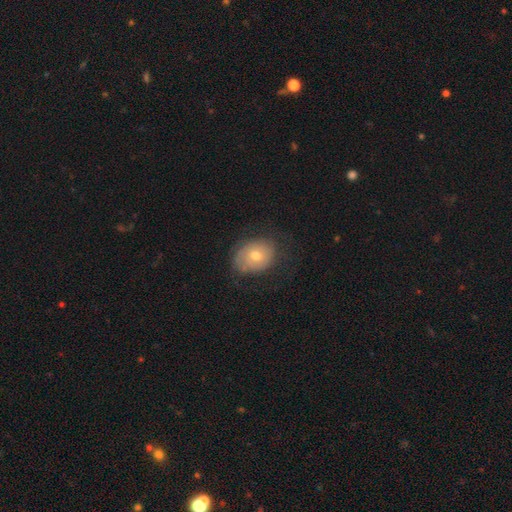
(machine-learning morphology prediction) This is possibly a smooth galaxy (53%). How rounded: possibly in between (57%). Merging: likely none (67%).